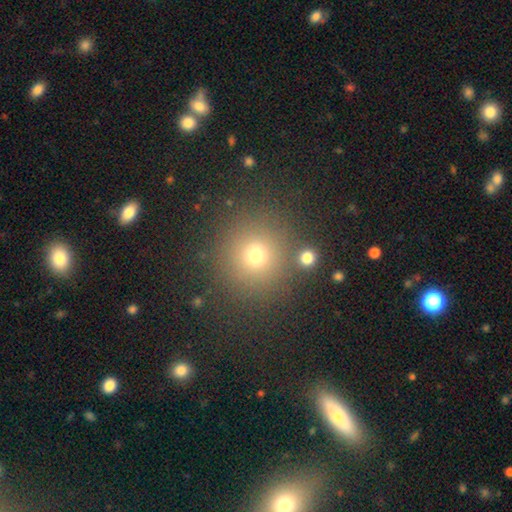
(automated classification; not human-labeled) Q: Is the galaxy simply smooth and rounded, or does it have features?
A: smooth — 70%.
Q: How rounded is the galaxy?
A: round — 93%.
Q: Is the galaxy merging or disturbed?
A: none — 86%.